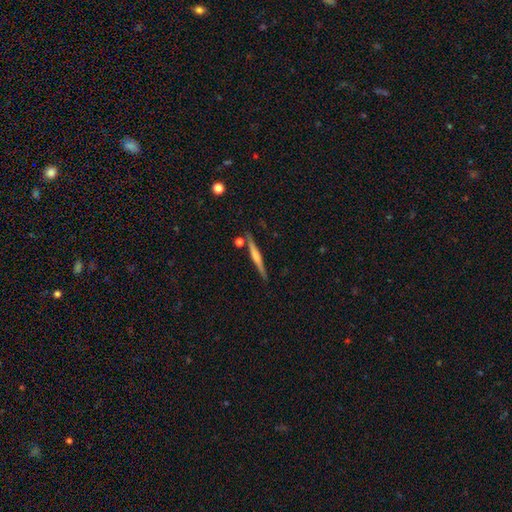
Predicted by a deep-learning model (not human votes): Smooth or featured? Predicted: featured or disk (p=0.56). Edge-on disk? Predicted: yes (p=0.97). Edge-on bulge? Predicted: rounded (p=0.52). Merging? Predicted: none (p=0.83).